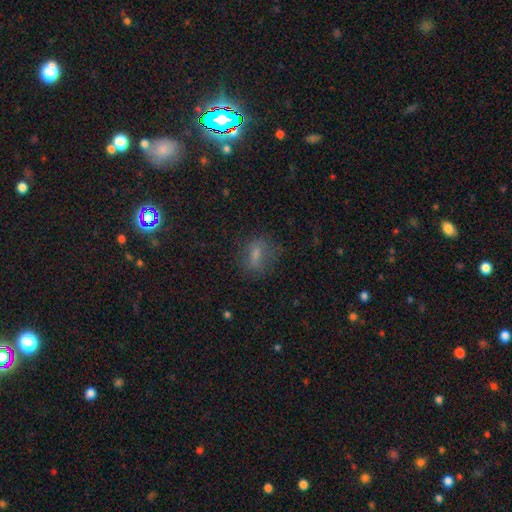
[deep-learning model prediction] Morphology: type=smooth (56%); roundness=in between (58%); merging=none (69%).